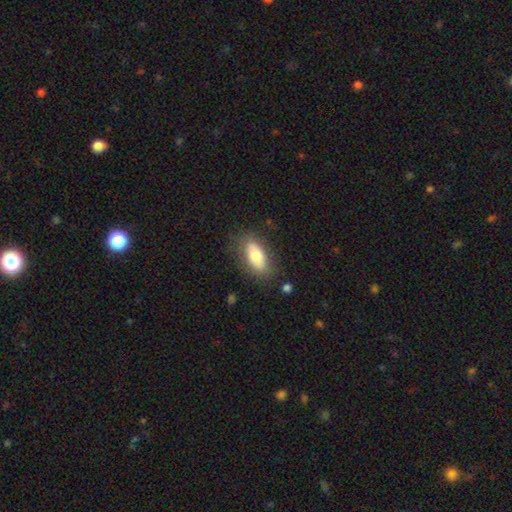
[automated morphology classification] Smooth or featured? Predicted: smooth (p=0.71). How rounded? Predicted: in between (p=0.83). Merging? Predicted: none (p=0.79).